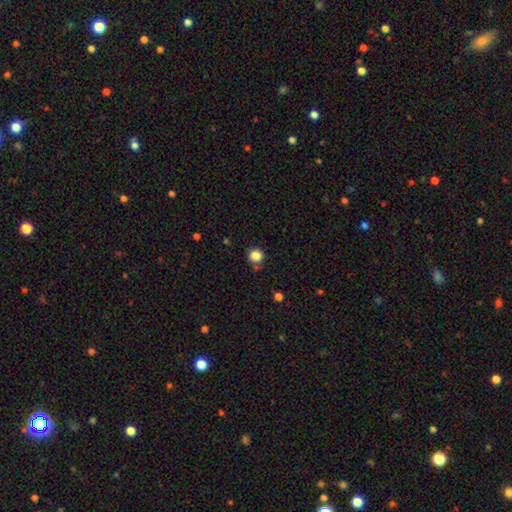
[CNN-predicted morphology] Q: Smooth or featured?
A: smooth (85%); runner-up: star or artifact (12%)
Q: How rounded?
A: round (90%); runner-up: in between (9%)
Q: Merging?
A: none (80%); runner-up: minor disturbance (11%)